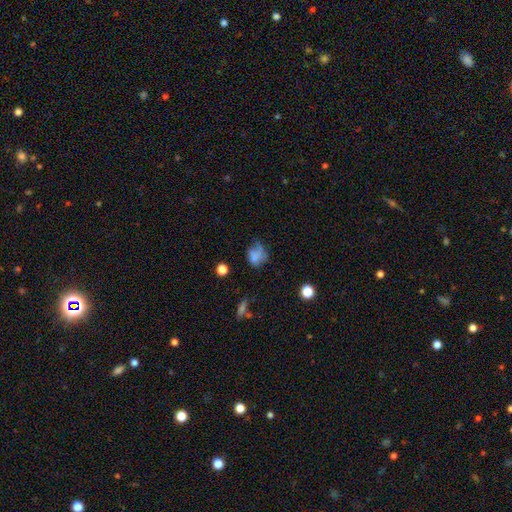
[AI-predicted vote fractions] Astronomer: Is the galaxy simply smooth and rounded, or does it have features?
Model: smooth — 62%.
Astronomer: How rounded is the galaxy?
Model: in between — 54% (runner-up: round, 44%).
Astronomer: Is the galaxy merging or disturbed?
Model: none — 36% (runner-up: major disturbance, 31%).